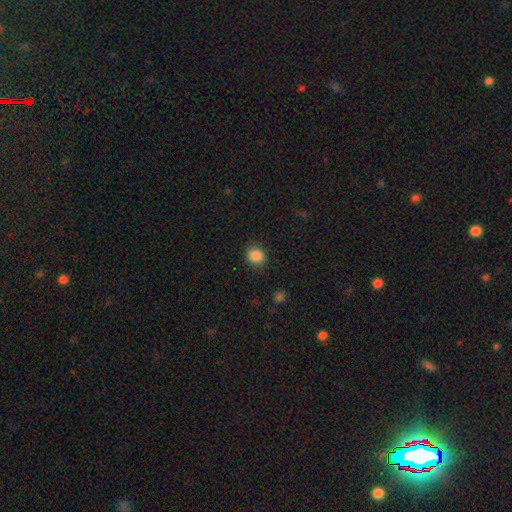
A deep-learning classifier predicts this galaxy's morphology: The model was most divided on "how rounded": round: 78%, in between: 21%, cigar-shaped: 1%. More confident: merging — none (87%); smooth or featured — smooth (87%).